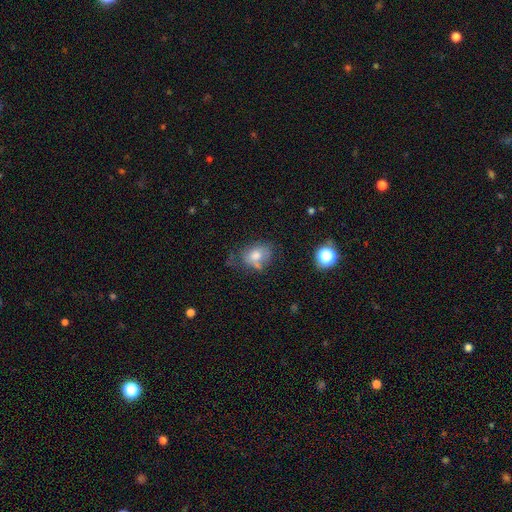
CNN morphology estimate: type=smooth (67%); roundness=in between (60%); merging=none (42%).